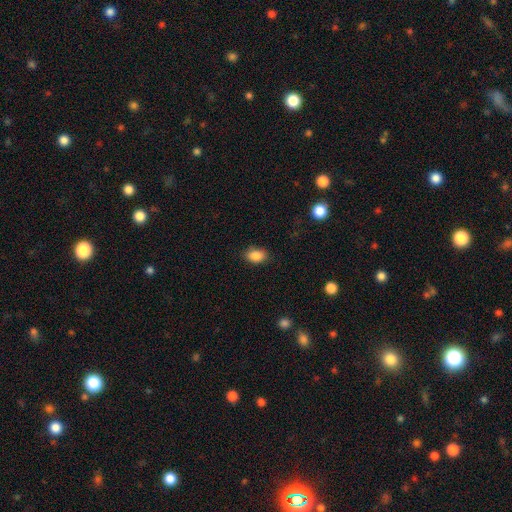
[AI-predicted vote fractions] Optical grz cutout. It shows a smooth galaxy with no disk features (87%) that is in between round and cigar-shaped (85%). Merging: none (84%).